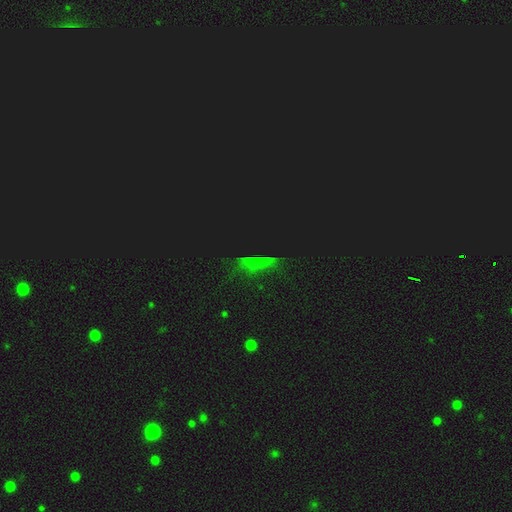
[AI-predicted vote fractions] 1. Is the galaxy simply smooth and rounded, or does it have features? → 70% star or artifact, 19% smooth, 11% featured or disk.